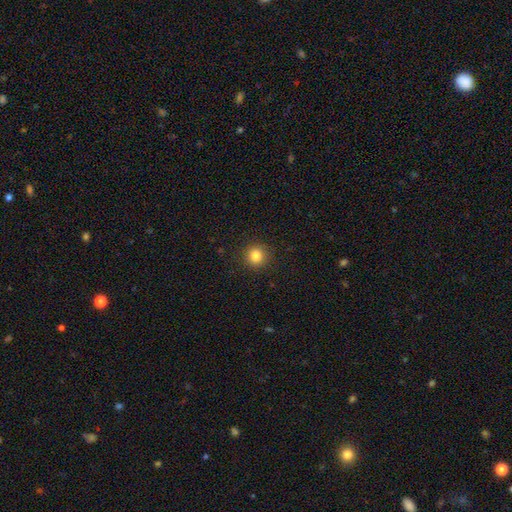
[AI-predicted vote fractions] Smooth or featured? smooth (83%)
How rounded? round (93%)
Merging? none (91%)